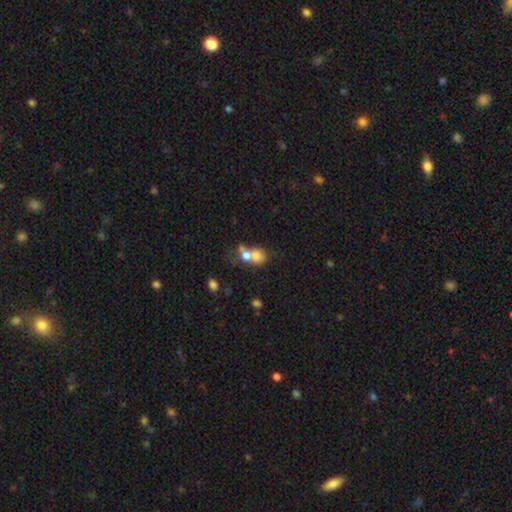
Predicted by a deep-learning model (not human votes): The model was most divided on "how rounded": round: 58%, in between: 41%, cigar-shaped: 1%. More confident: smooth or featured — smooth (70%); merging — merger (70%).